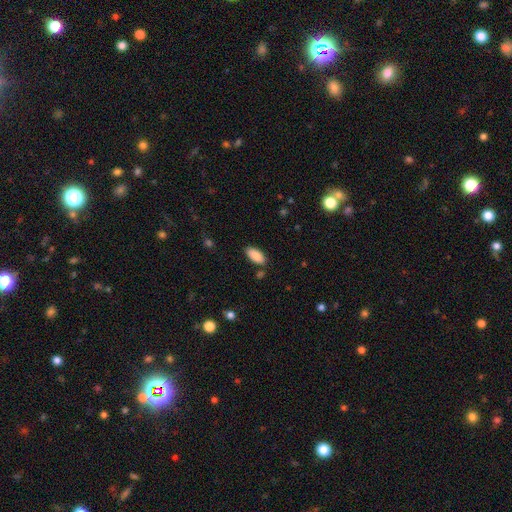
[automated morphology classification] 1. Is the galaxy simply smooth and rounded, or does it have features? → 88% smooth, 7% star or artifact, 5% featured or disk.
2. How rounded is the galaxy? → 90% in between, 8% cigar-shaped, 2% round.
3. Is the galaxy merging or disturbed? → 84% none, 11% minor disturbance, 3% merger, 2% major disturbance.